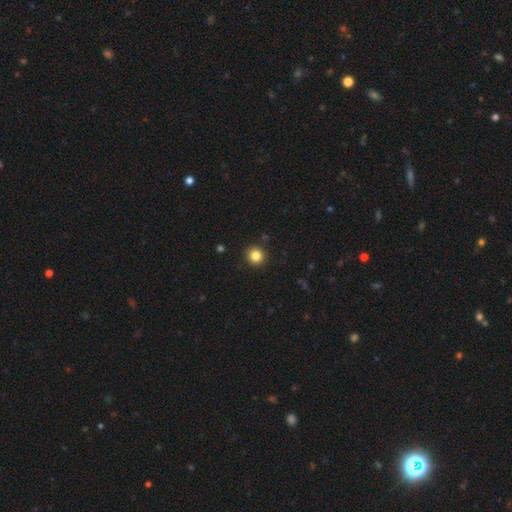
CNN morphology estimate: smooth 83%, star or artifact 11%, featured or disk 5%. Down the decision tree: how rounded — round (94%); merging — none (92%).